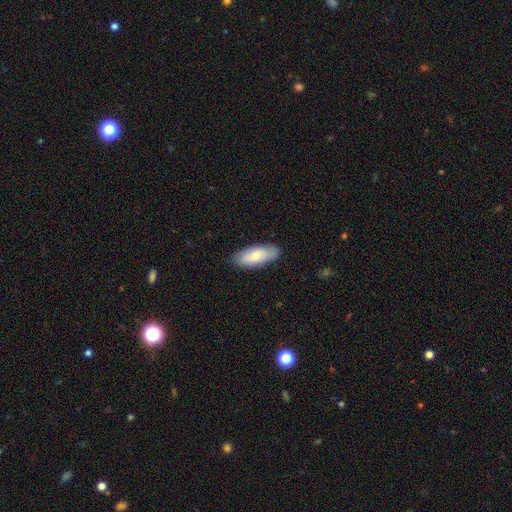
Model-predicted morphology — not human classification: Smooth or featured?
  - smooth: 69% *
  - featured or disk: 25%
  - star or artifact: 6%
How rounded?
  - in between: 81% *
  - cigar-shaped: 17%
  - round: 2%
Merging?
  - none: 84% *
  - minor disturbance: 13%
  - major disturbance: 2%
  - merger: 1%